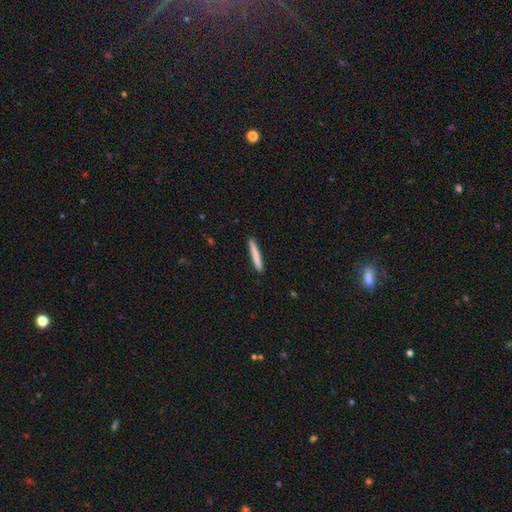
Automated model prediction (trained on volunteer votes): Smooth or featured: smooth — 78% (featured or disk — 16%)
How rounded: cigar-shaped — 96% (in between — 3%)
Merging: none — 91% (minor disturbance — 7%)